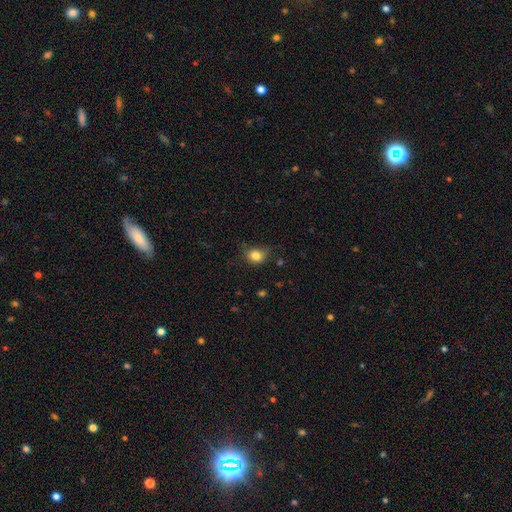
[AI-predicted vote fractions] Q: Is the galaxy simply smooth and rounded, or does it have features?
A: smooth — 82%.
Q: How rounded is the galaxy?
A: round — 66%.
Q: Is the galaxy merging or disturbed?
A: none — 69%.